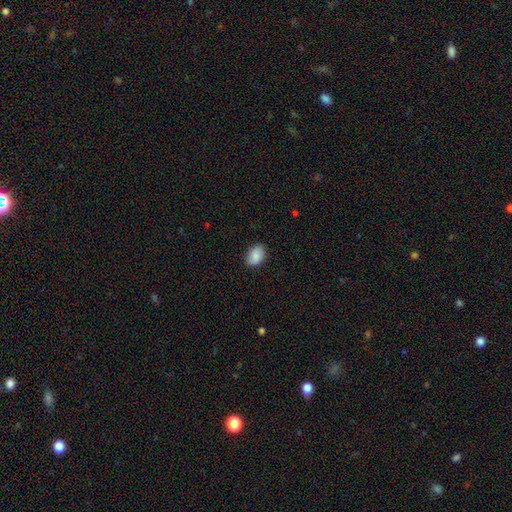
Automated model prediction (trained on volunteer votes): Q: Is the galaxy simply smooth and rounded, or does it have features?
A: smooth — 86%.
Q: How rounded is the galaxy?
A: in between — 81%.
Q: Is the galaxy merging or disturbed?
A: none — 85%.